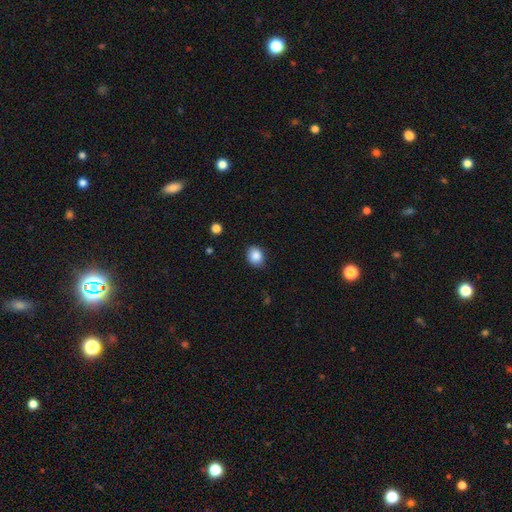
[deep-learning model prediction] The model was most divided on "how rounded": round: 51%, in between: 48%, cigar-shaped: 1%. More confident: smooth or featured — smooth (87%); merging — none (81%).